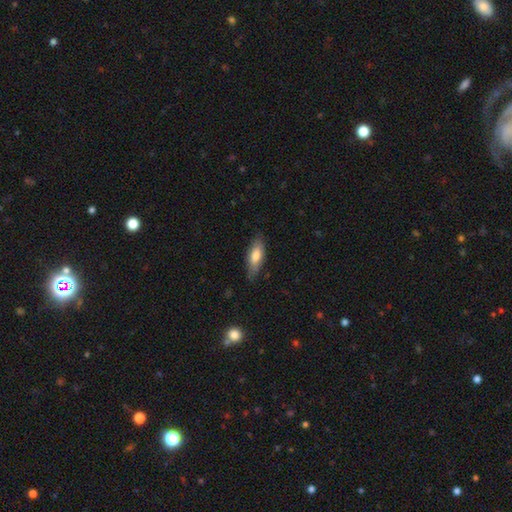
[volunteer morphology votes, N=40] Smooth or featured? smooth (90%)
How rounded? in between (58%)
Merging? none (79%)